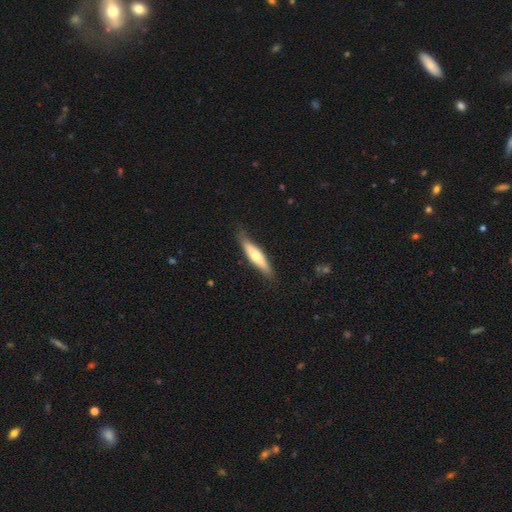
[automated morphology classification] type=smooth (55%); roundness=cigar-shaped (76%); merging=none (80%).